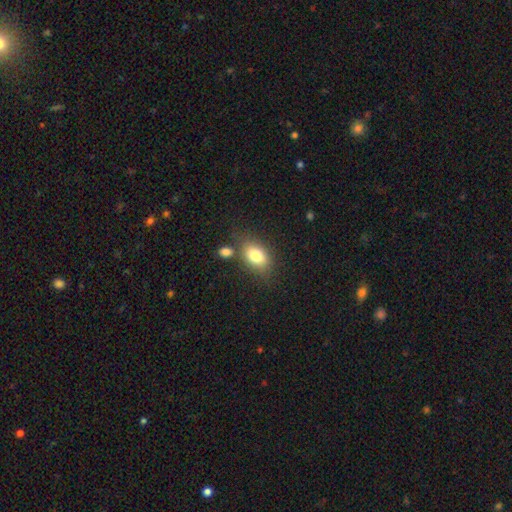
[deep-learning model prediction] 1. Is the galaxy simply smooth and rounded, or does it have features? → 81% smooth, 11% featured or disk, 9% star or artifact.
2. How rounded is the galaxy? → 84% in between, 14% round, 2% cigar-shaped.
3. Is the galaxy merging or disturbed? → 68% none, 14% minor disturbance, 14% merger, 5% major disturbance.